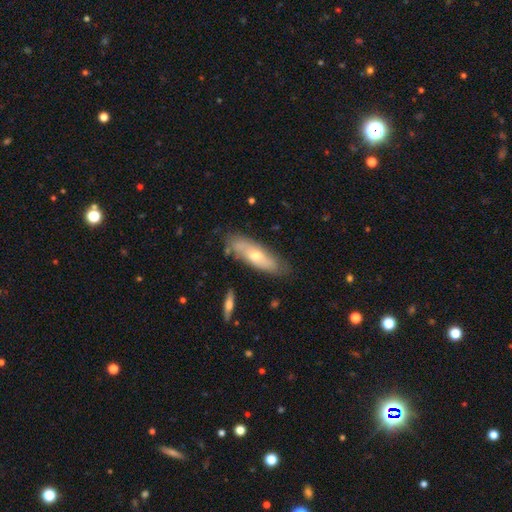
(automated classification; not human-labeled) Smooth or featured?
  - smooth: 48% *
  - featured or disk: 46%
  - star or artifact: 7%
Merging?
  - none: 75% *
  - minor disturbance: 18%
  - major disturbance: 4%
  - merger: 3%